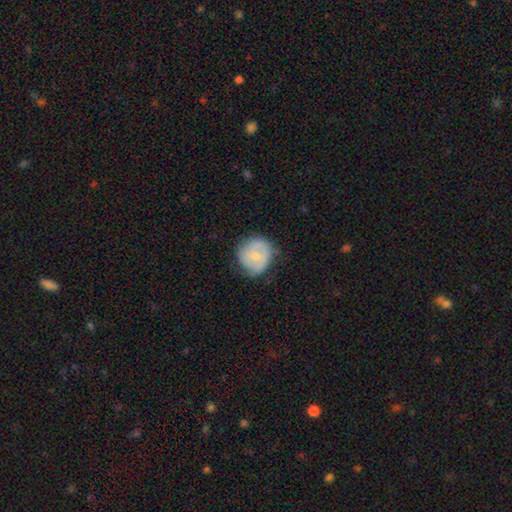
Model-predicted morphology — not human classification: This is possibly a smooth galaxy (57%). How rounded: clearly round (88%). Merging: likely none (66%).